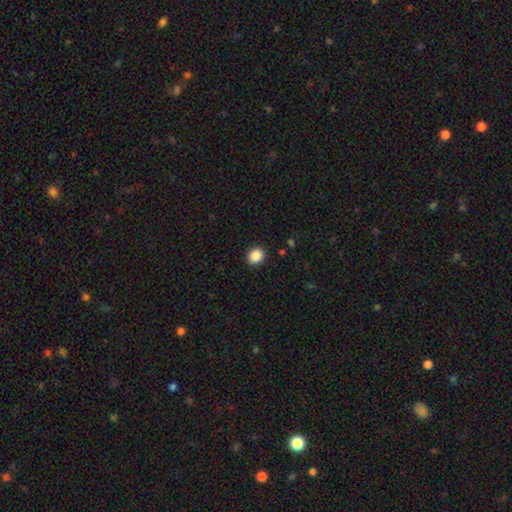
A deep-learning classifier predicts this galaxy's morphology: A smooth galaxy with no disk features (88%) that is round (80%).

Vote fractions:
- Smooth or featured? smooth: 88% / star or artifact: 9% / featured or disk: 3%
- How rounded? round: 80% / in between: 19% / cigar-shaped: 1%
- Merging? none: 91% / minor disturbance: 6% / major disturbance: 2% / merger: 1%